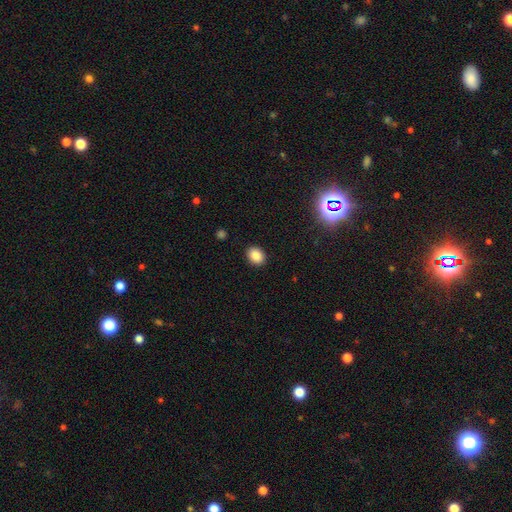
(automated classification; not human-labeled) A smooth galaxy with no disk features (85%) that is in between round and cigar-shaped (58%).

Vote fractions:
- Smooth or featured? smooth: 85% / star or artifact: 10% / featured or disk: 5%
- How rounded? in between: 58% / round: 41% / cigar-shaped: 1%
- Merging? none: 90% / minor disturbance: 7% / major disturbance: 2% / merger: 1%